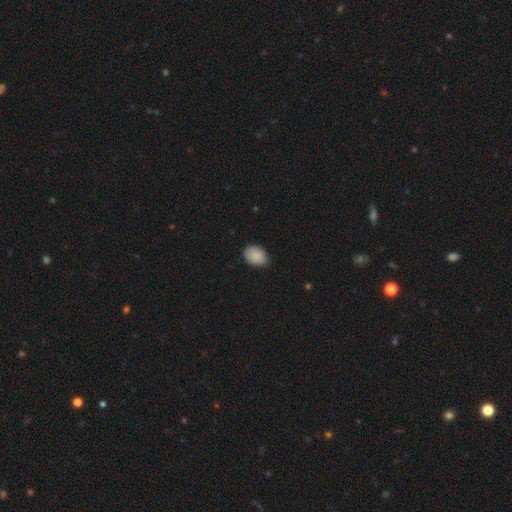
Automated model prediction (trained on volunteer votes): A smooth galaxy with no disk features (89%) that is in between round and cigar-shaped (79%).

Vote fractions:
- Smooth or featured? smooth: 89% / star or artifact: 7% / featured or disk: 4%
- How rounded? in between: 79% / round: 20% / cigar-shaped: 1%
- Merging? none: 76% / minor disturbance: 20% / major disturbance: 3% / merger: 1%